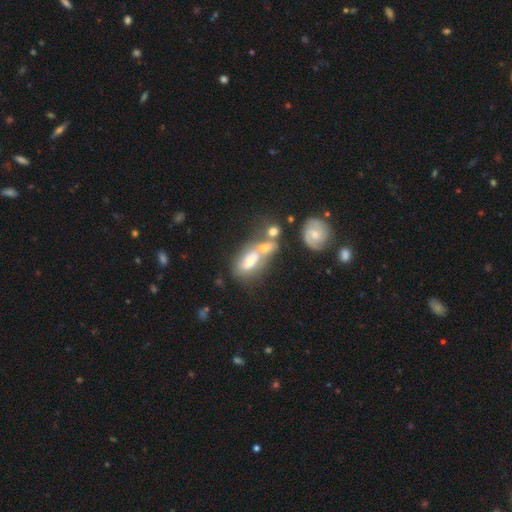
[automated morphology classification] The model was most divided on "smooth or featured": smooth: 47%, featured or disk: 38%, star or artifact: 15%. Remaining: merging — merger (48%).